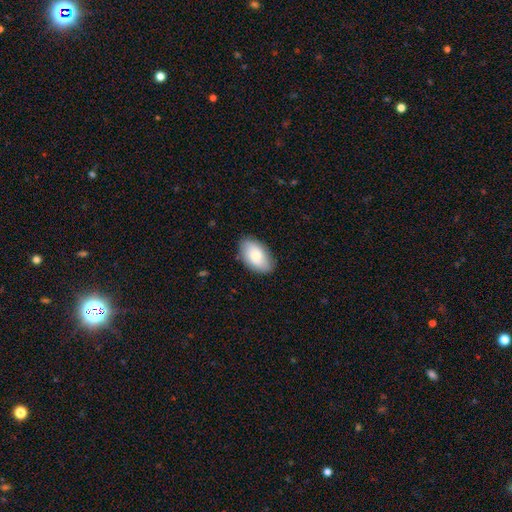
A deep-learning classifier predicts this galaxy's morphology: Smooth or featured? smooth (72%)
How rounded? in between (93%)
Merging? none (83%)